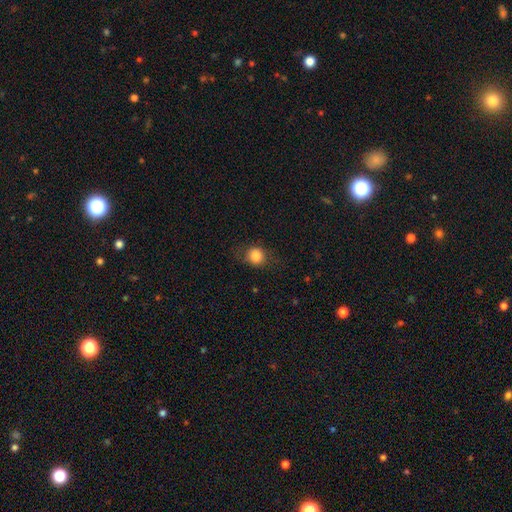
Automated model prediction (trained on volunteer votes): Morphology: type=smooth (83%); roundness=round (74%); merging=none (74%).